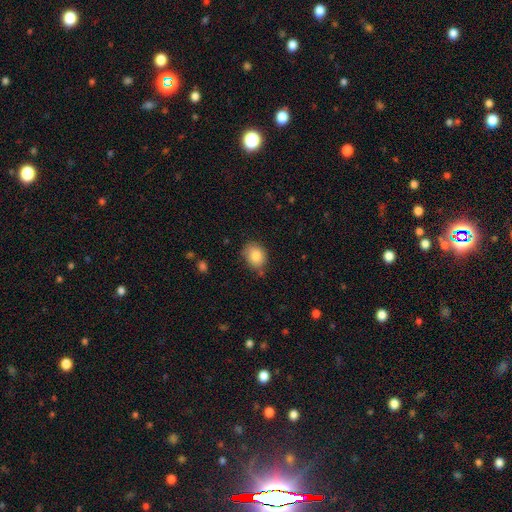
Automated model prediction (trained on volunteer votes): Overall: smooth (84%). How rounded: in between (50%; round 49%). Merging: none (74%).